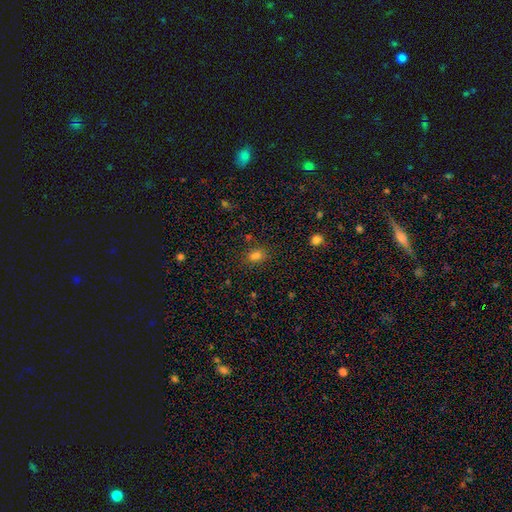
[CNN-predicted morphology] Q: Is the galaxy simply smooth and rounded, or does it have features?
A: smooth — 76%.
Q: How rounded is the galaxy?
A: in between — 69%.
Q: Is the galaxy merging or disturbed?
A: none — 72%.